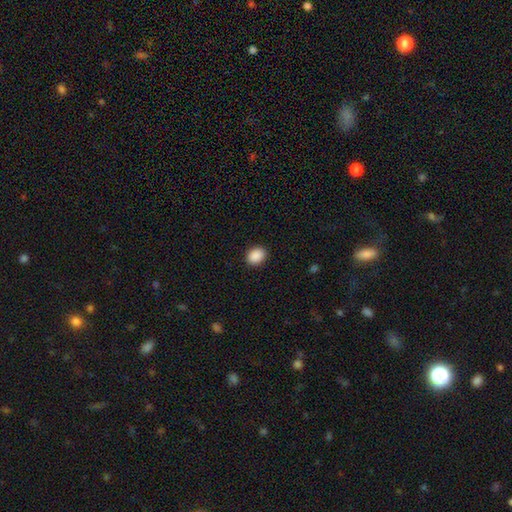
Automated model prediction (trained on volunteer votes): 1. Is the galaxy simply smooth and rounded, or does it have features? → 90% smooth, 8% star or artifact, 2% featured or disk.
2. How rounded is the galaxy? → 54% in between, 45% round, 1% cigar-shaped.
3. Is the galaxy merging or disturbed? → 90% none, 7% minor disturbance, 2% major disturbance, 1% merger.